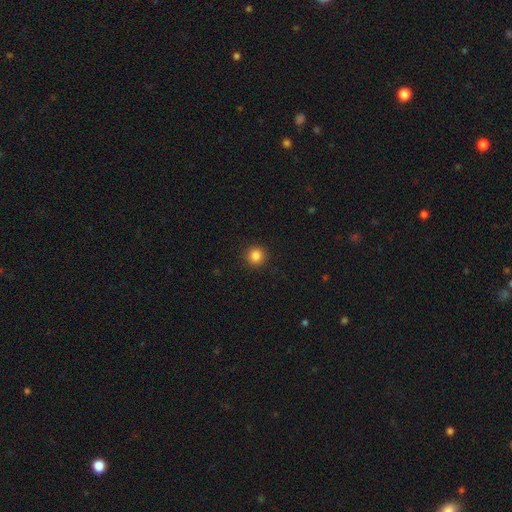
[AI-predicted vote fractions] This is clearly a smooth galaxy (85%). How rounded: clearly round (94%). Merging: clearly none (92%).